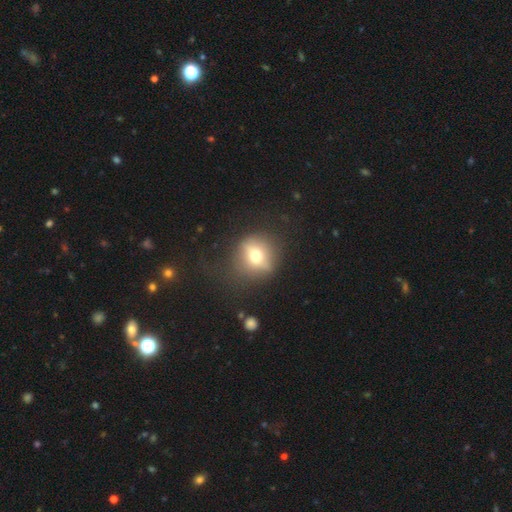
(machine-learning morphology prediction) smooth-or-featured: smooth: 51% | featured or disk: 36% | star or artifact: 13%
  how-rounded: round: 84% | in between: 14% | cigar-shaped: 2%
  merging: none: 71% | minor disturbance: 16% | major disturbance: 11% | merger: 2%